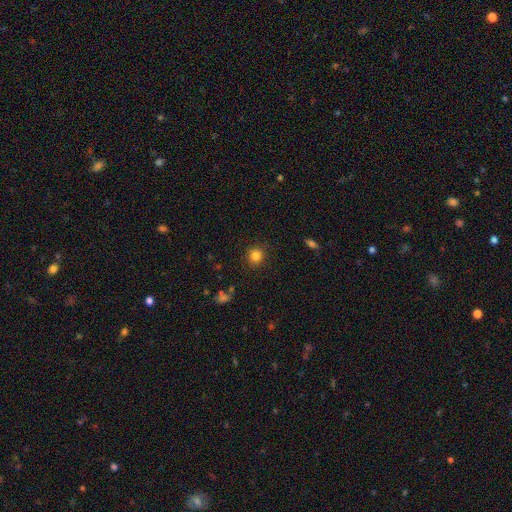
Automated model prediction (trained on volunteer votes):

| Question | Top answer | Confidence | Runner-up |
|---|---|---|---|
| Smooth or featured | smooth | 83% | star or artifact (12%) |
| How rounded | round | 91% | in between (9%) |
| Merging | none | 89% | minor disturbance (7%) |